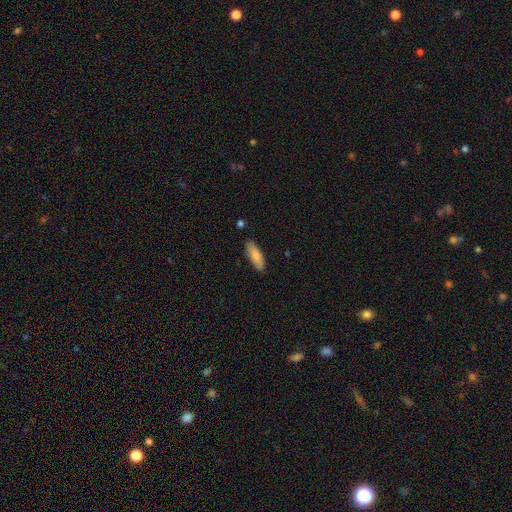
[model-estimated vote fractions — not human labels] Smooth or featured? smooth (82%)
How rounded? in between (68%)
Merging? none (86%)